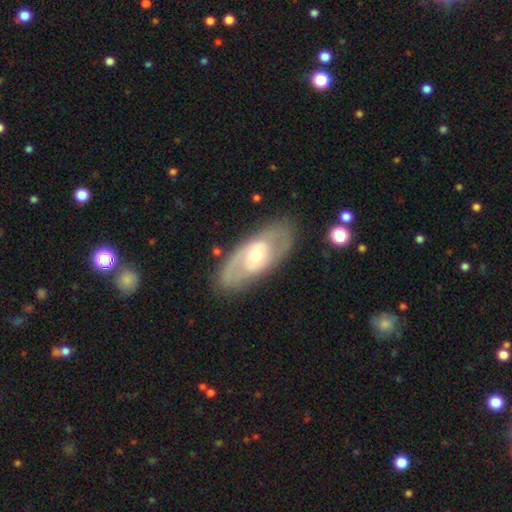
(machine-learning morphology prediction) This is likely a featured or disk galaxy (71%). It is clearly not viewed edge-on (88%). Bar: likely no (65%). Spiral arm pattern: likely yes (67%). Central bulge: likely moderate (68%). Merging: clearly none (80%).